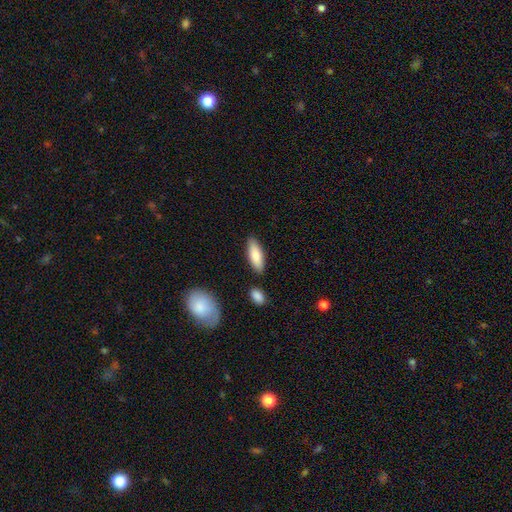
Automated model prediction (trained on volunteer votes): Overall: smooth (80%). How rounded: in between (64%; cigar-shaped 34%). Merging: none (82%).